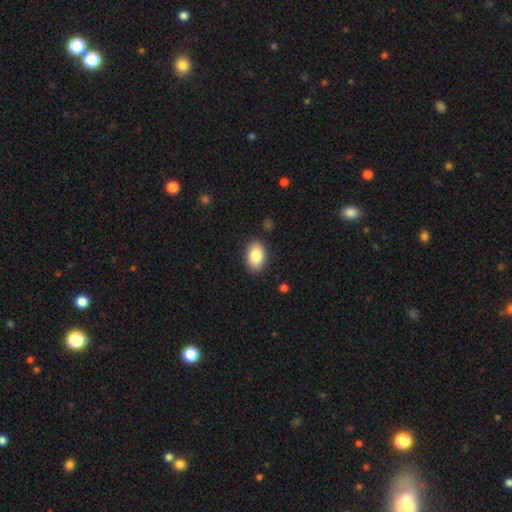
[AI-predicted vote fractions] smooth 86%, star or artifact 7%, featured or disk 7%. Down the decision tree: how rounded — in between (87%); merging — none (88%).